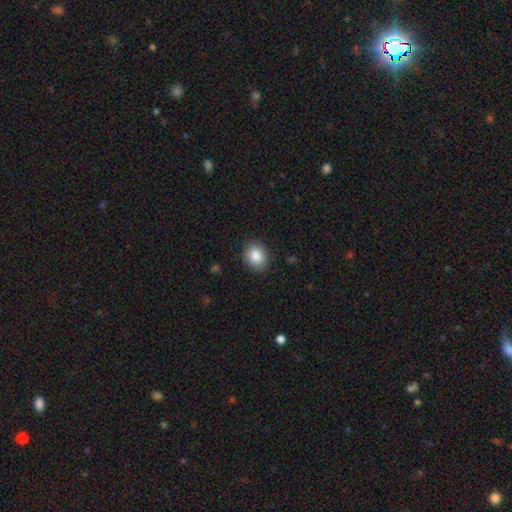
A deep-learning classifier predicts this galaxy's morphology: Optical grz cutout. It shows a smooth galaxy with no disk features (87%) that is round (54%). Merging: none (88%).